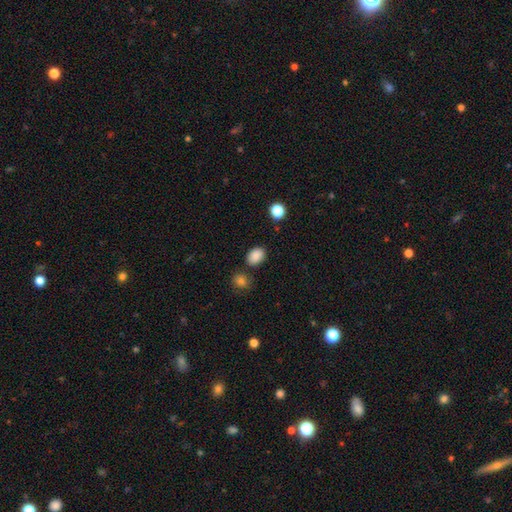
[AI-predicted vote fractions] Overall: smooth (87%). How rounded: in between (73%). Merging: none (79%).